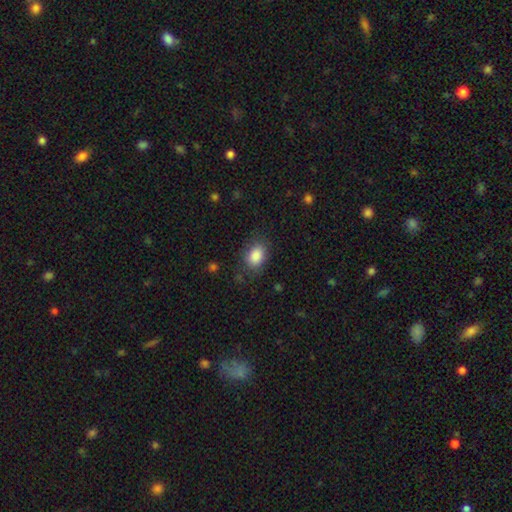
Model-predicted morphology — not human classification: smooth-or-featured: smooth: 87% | star or artifact: 8% | featured or disk: 5%
  how-rounded: in between: 77% | round: 22% | cigar-shaped: 1%
  merging: none: 76% | minor disturbance: 17% | major disturbance: 6% | merger: 1%